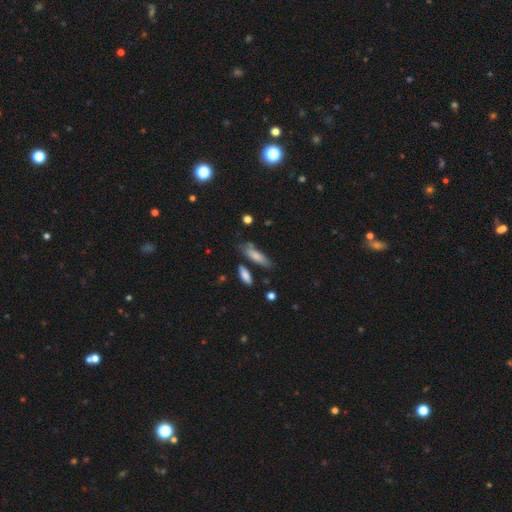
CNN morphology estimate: Smooth or featured? smooth (76%)
How rounded? cigar-shaped (59%)
Merging? none (62%)